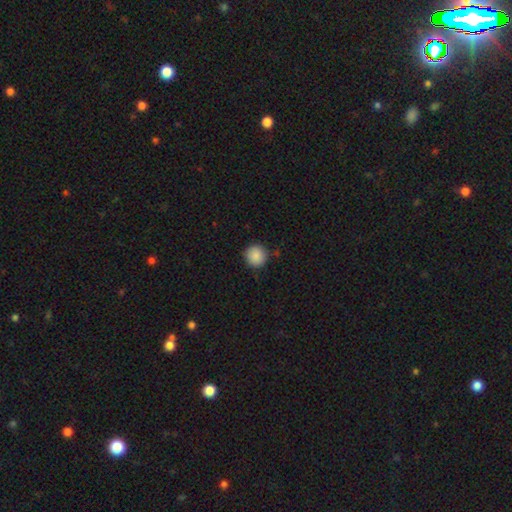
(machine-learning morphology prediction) Smooth or featured?
  - smooth: 88% *
  - star or artifact: 8%
  - featured or disk: 4%
How rounded?
  - round: 94% *
  - in between: 5%
  - cigar-shaped: 1%
Merging?
  - none: 88% *
  - minor disturbance: 9%
  - major disturbance: 2%
  - merger: 2%